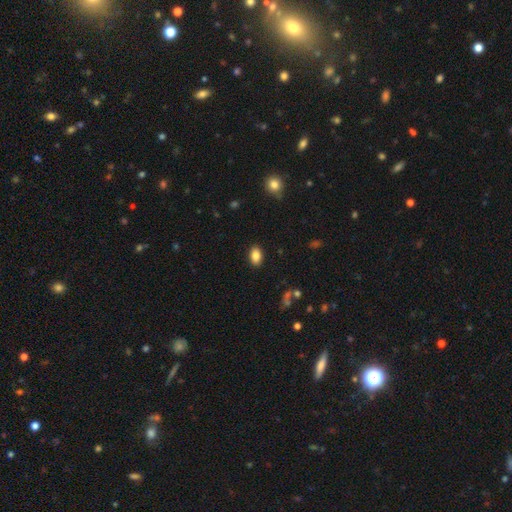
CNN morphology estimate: This appears to be a smooth galaxy with no disk features (84%) that is in between round and cigar-shaped (89%). Merging: none (88%).